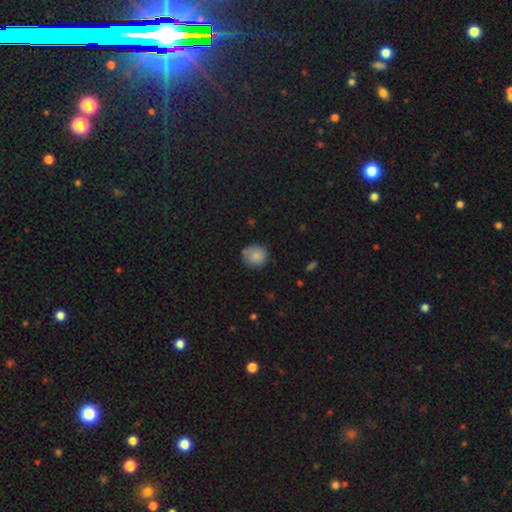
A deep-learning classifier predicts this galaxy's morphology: Smooth or featured? smooth (84%)
How rounded? round (88%)
Merging? none (77%)